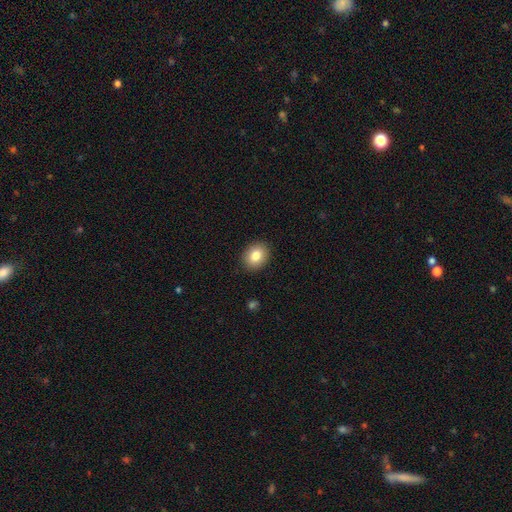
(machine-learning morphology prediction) Smooth or featured?
  - smooth: 83% *
  - star or artifact: 9%
  - featured or disk: 8%
How rounded?
  - in between: 50% *
  - round: 49%
  - cigar-shaped: 1%
Merging?
  - none: 90% *
  - minor disturbance: 7%
  - major disturbance: 2%
  - merger: 1%